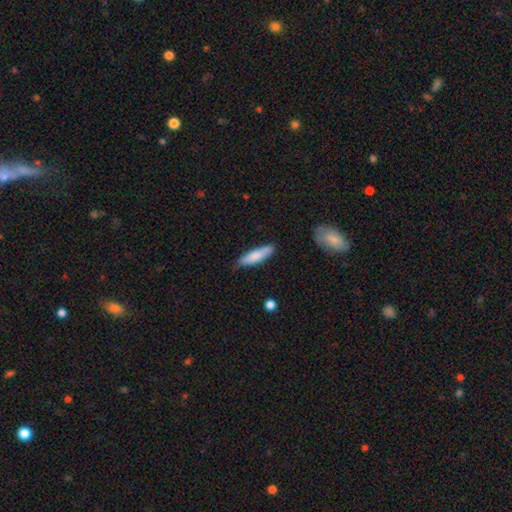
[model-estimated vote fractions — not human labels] smooth_or_featured: smooth (p=0.80) [alt: featured or disk p=0.14]
how_rounded: cigar-shaped (p=0.70) [alt: in between p=0.28]
merging: none (p=0.81) [alt: minor disturbance p=0.15]